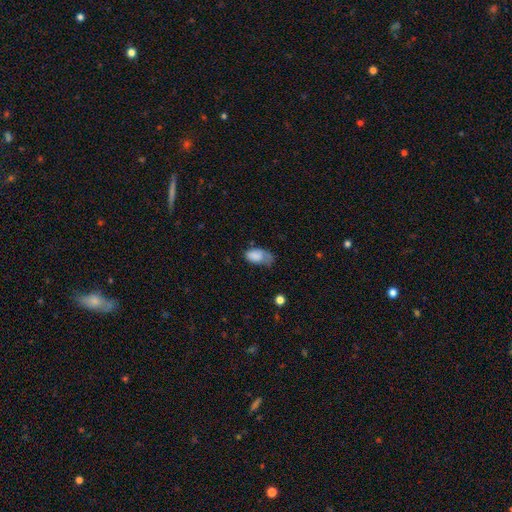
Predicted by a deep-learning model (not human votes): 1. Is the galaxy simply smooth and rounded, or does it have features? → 78% smooth, 14% featured or disk, 8% star or artifact.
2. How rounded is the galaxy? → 91% in between, 7% round, 2% cigar-shaped.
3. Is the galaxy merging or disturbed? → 36% minor disturbance, 32% major disturbance, 29% none, 4% merger.